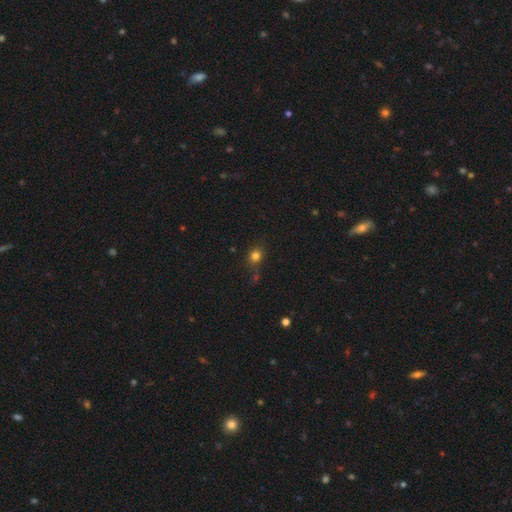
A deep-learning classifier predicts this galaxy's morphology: This appears to be a smooth galaxy with no disk features (78%) that is round (77%). Merging: none (68%).